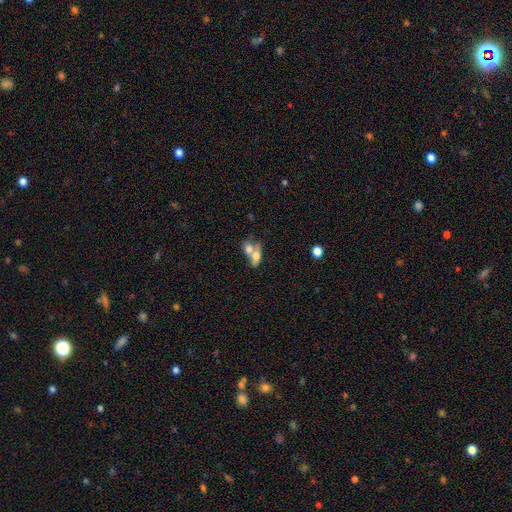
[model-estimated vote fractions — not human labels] Overall: smooth (66%; featured or disk 26%). How rounded: in between (76%). Merging: merger (70%).